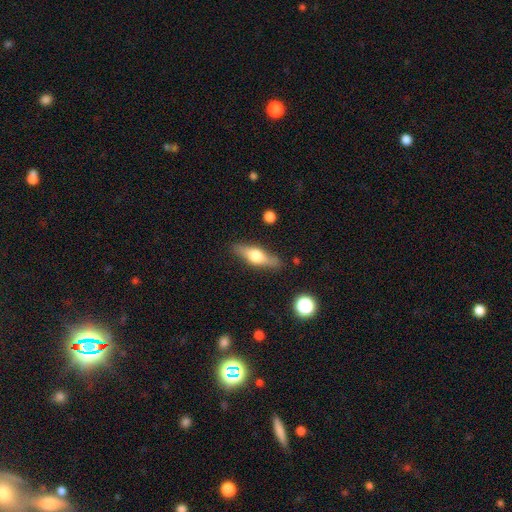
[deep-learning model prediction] A featured or disk galaxy (50%).

Vote fractions:
- Smooth or featured? featured or disk: 50% / smooth: 44% / star or artifact: 7%
- Merging? none: 83% / minor disturbance: 12% / major disturbance: 3% / merger: 2%